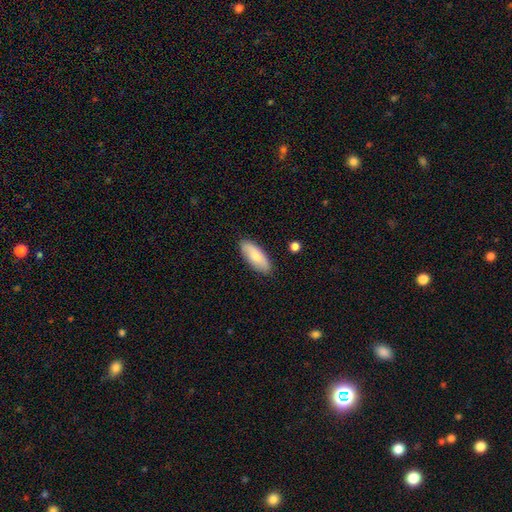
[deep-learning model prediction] smooth 78%, featured or disk 17%, star or artifact 6%. Down the decision tree: how rounded — in between (77%); merging — none (86%).